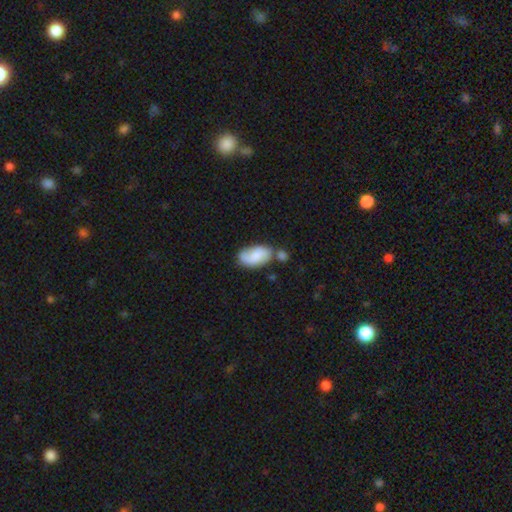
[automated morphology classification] The model was most divided on "merging": none: 46%, merger: 25%, minor disturbance: 22%, major disturbance: 7%. More confident: how rounded — in between (93%); smooth or featured — smooth (61%).